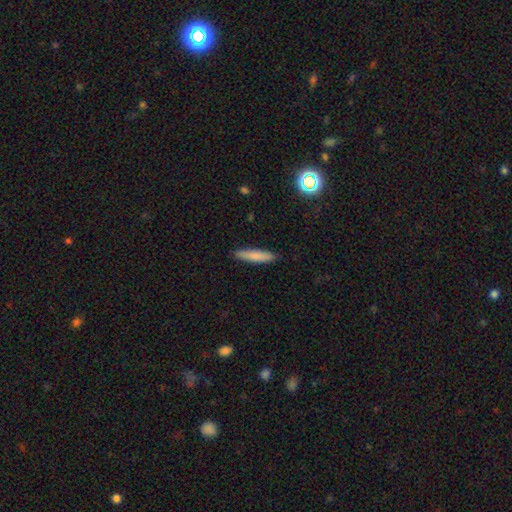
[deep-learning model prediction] The model was most divided on "smooth or featured": smooth: 80%, featured or disk: 13%, star or artifact: 7%. More confident: merging — none (88%); how rounded — cigar-shaped (87%).